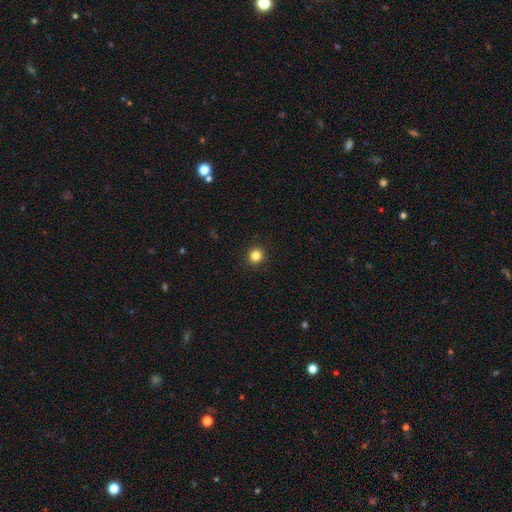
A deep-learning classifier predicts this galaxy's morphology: This is clearly a smooth galaxy (84%). How rounded: clearly round (93%). Merging: clearly none (92%).